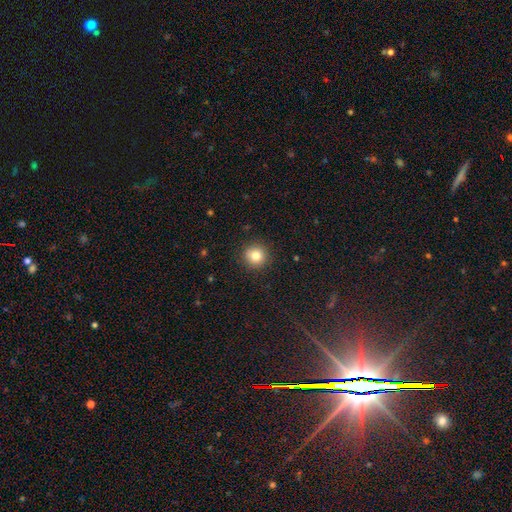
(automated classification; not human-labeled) Smooth or featured: smooth — 82% (star or artifact — 11%)
How rounded: round — 93% (in between — 6%)
Merging: none — 91% (minor disturbance — 6%)